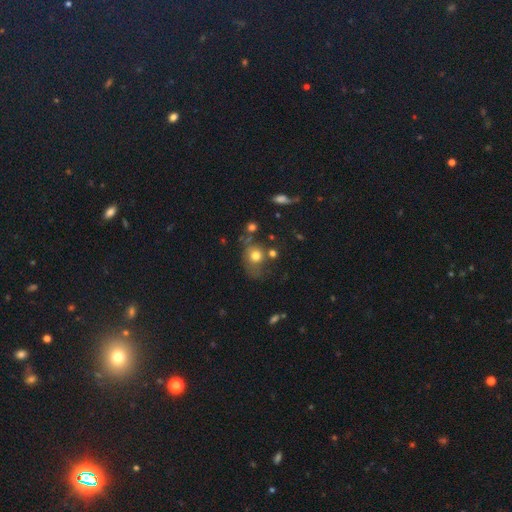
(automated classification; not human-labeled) smooth-or-featured: smooth: 70% | featured or disk: 17% | star or artifact: 12%
  how-rounded: round: 62% | in between: 36% | cigar-shaped: 1%
  merging: none: 44% | minor disturbance: 25% | major disturbance: 19% | merger: 12%